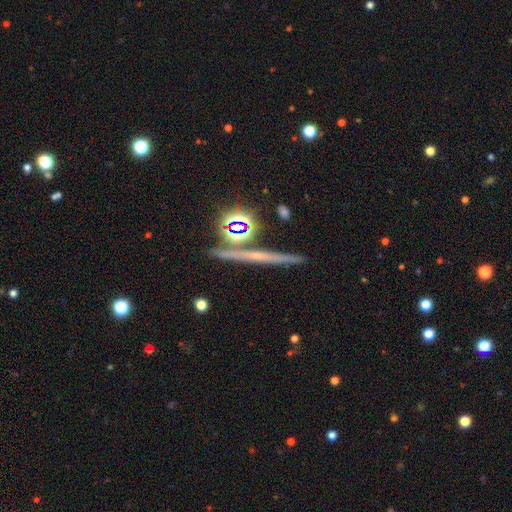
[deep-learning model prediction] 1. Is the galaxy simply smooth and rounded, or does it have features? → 42% featured or disk, 31% star or artifact, 27% smooth.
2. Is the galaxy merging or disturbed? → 84% none, 7% minor disturbance, 6% merger, 3% major disturbance.